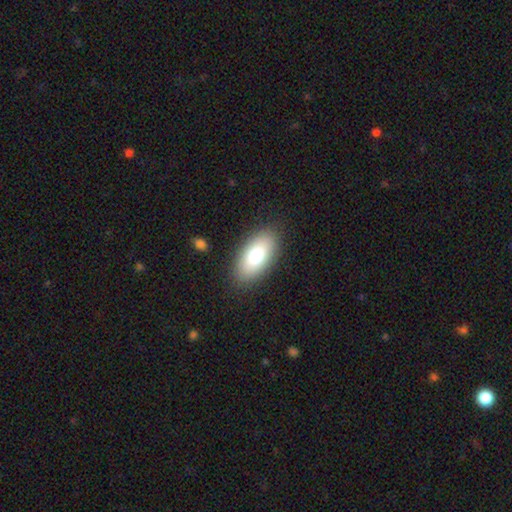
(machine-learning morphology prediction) Q: Smooth or featured?
A: smooth (81%); runner-up: featured or disk (13%)
Q: How rounded?
A: in between (92%); runner-up: cigar-shaped (6%)
Q: Merging?
A: none (87%); runner-up: minor disturbance (9%)